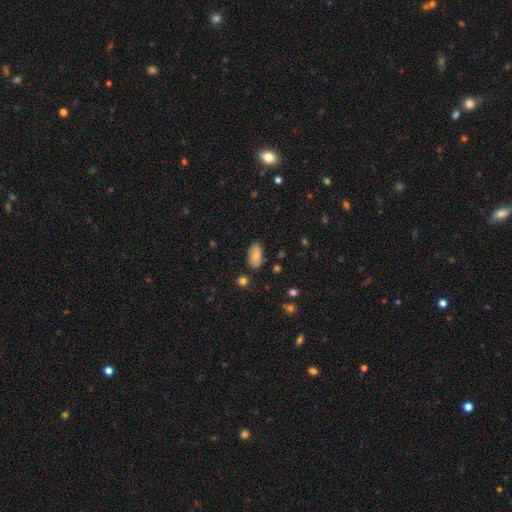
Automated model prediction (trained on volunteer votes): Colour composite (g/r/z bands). It shows a smooth galaxy with no disk features (77%) that is in between round and cigar-shaped (92%). Merging: none (80%).